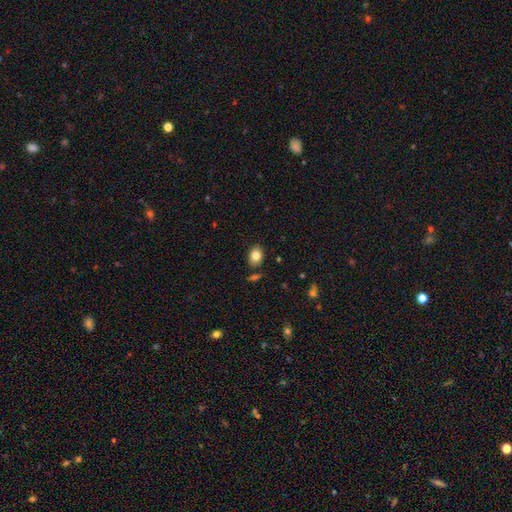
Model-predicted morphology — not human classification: smooth 82%, star or artifact 9%, featured or disk 9%. Down the decision tree: how rounded — in between (73%); merging — none (83%).